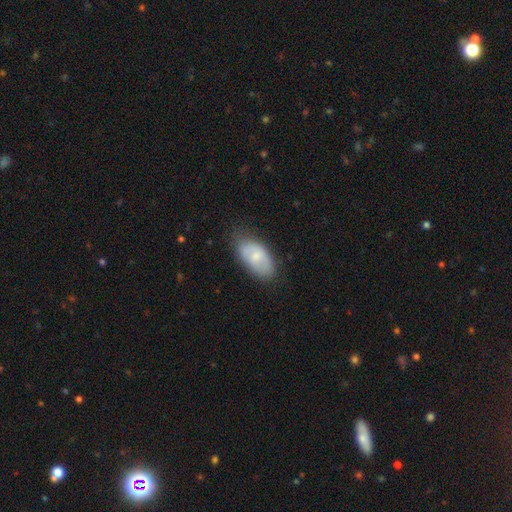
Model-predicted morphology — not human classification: Smooth or featured? smooth (69%)
How rounded? in between (94%)
Merging? none (68%)